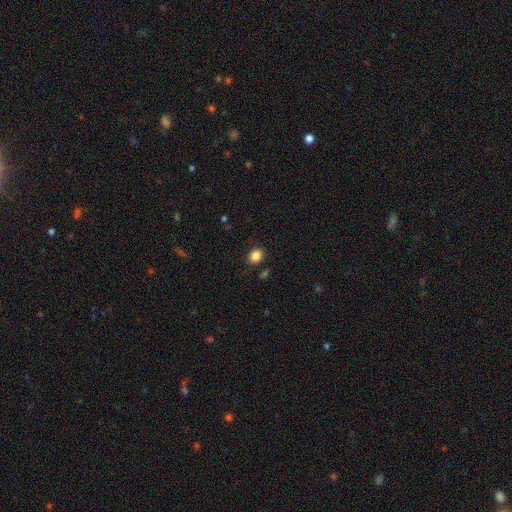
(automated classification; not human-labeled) Morphology: type=smooth (86%); roundness=round (51%); merging=none (87%).